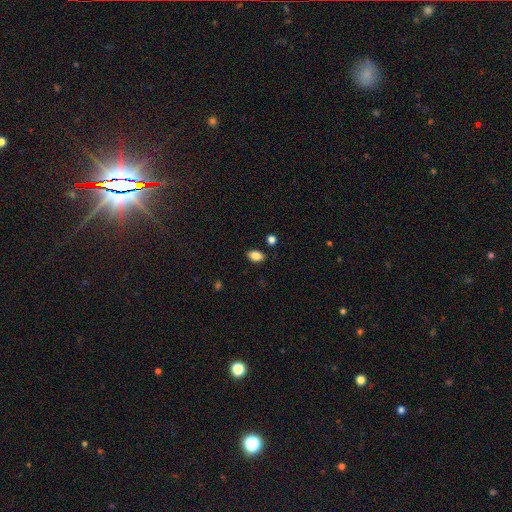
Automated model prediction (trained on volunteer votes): Morphology: type=smooth (85%); roundness=in between (89%); merging=none (84%).